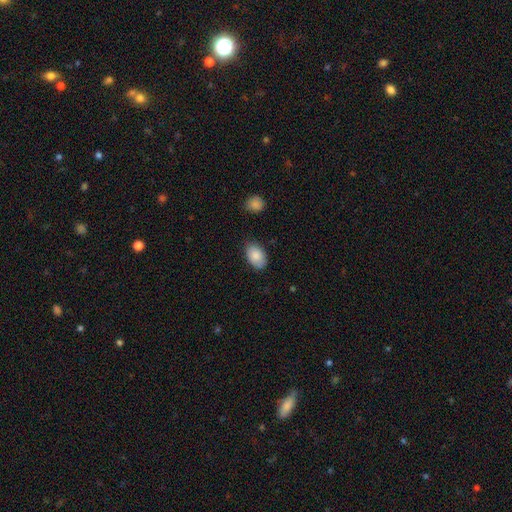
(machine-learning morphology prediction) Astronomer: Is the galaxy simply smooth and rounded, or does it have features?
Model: smooth — 87%.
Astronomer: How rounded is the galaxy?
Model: in between — 90%.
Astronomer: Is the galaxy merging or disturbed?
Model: none — 80%.